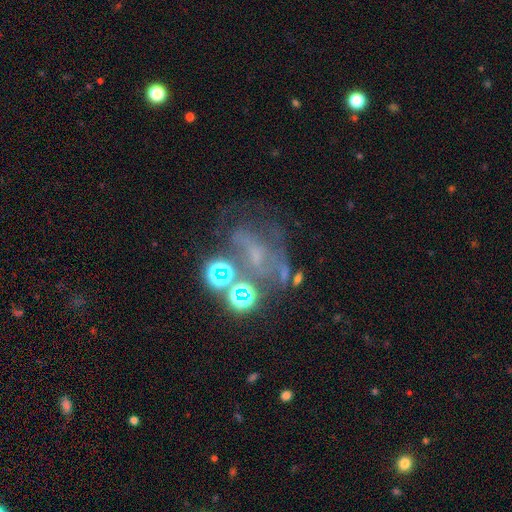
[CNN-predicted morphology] Smooth or featured: featured or disk — 48% (star or artifact — 32%)
Merging: none — 34% (major disturbance — 31%)